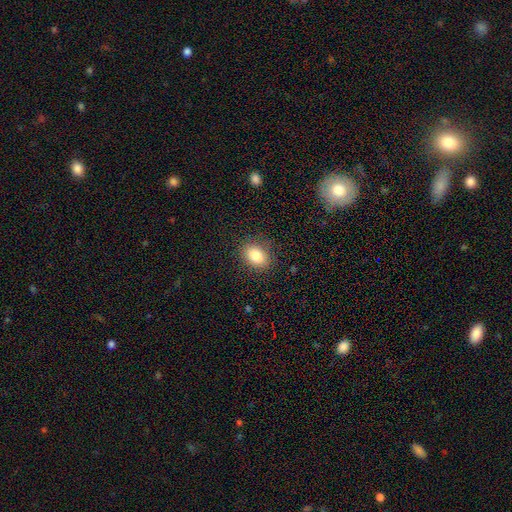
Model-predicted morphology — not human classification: A smooth galaxy with no disk features (84%) that is in between round and cigar-shaped (72%).

Vote fractions:
- Smooth or featured? smooth: 84% / star or artifact: 9% / featured or disk: 7%
- How rounded? in between: 72% / round: 27% / cigar-shaped: 1%
- Merging? none: 86% / minor disturbance: 10% / major disturbance: 3% / merger: 1%